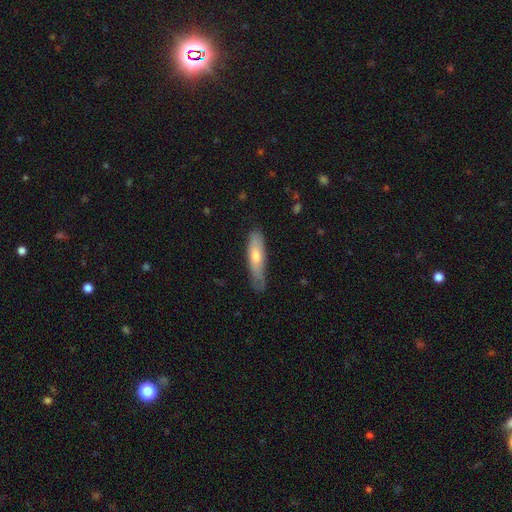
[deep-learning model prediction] A smooth galaxy with no disk features (62%) that is cigar-shaped (72%). Merging: none (67%).